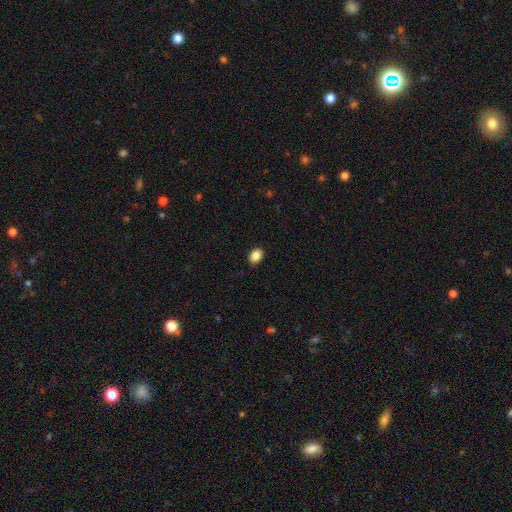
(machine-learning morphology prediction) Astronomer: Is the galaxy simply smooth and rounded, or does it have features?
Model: smooth — 88%.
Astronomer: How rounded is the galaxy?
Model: in between — 74%.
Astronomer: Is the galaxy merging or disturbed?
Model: none — 89%.